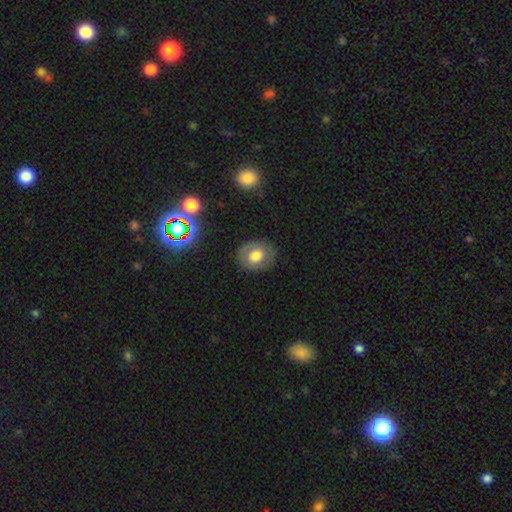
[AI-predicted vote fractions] Smooth or featured?
  - smooth: 65% *
  - featured or disk: 26%
  - star or artifact: 10%
How rounded?
  - round: 58% *
  - in between: 41%
  - cigar-shaped: 1%
Merging?
  - none: 83% *
  - minor disturbance: 11%
  - major disturbance: 4%
  - merger: 1%